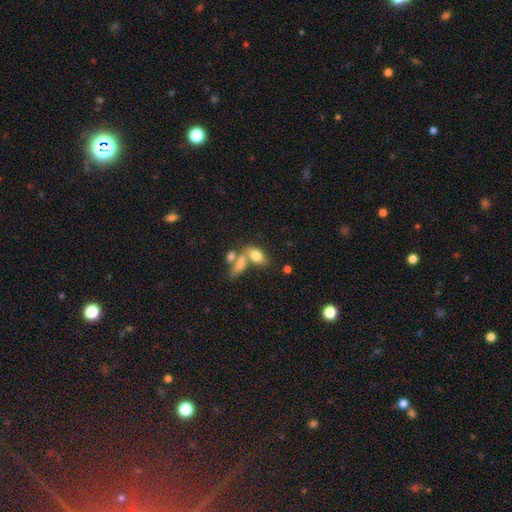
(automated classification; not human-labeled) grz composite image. It shows a smooth galaxy with no disk features (77%) that is in between round and cigar-shaped (86%). Merging: merger (42%).